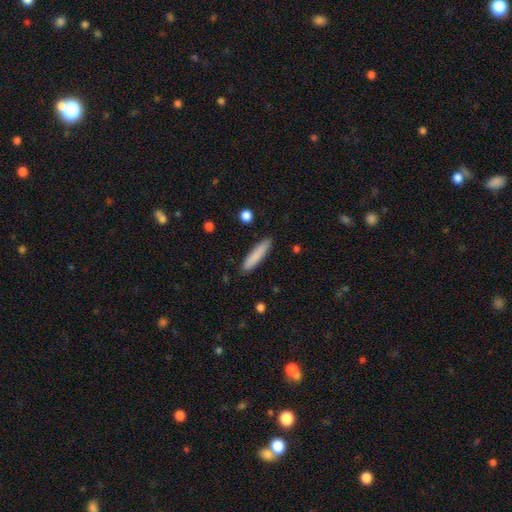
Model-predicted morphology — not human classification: Smooth or featured? Predicted: smooth (p=0.84). How rounded? Predicted: cigar-shaped (p=0.86). Merging? Predicted: none (p=0.89).